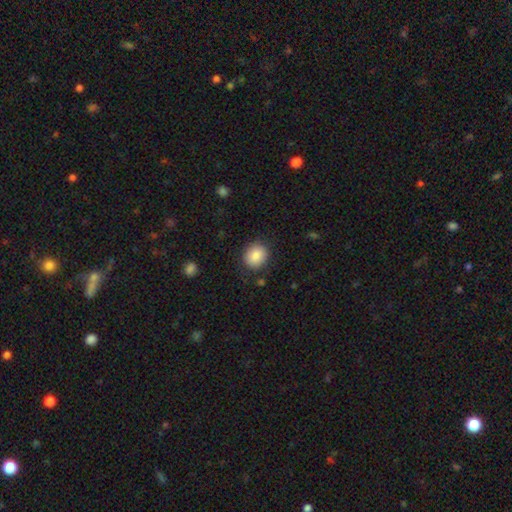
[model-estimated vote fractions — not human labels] Smooth or featured: smooth — 86% (star or artifact — 8%)
How rounded: round — 68% (in between — 31%)
Merging: none — 86% (minor disturbance — 10%)